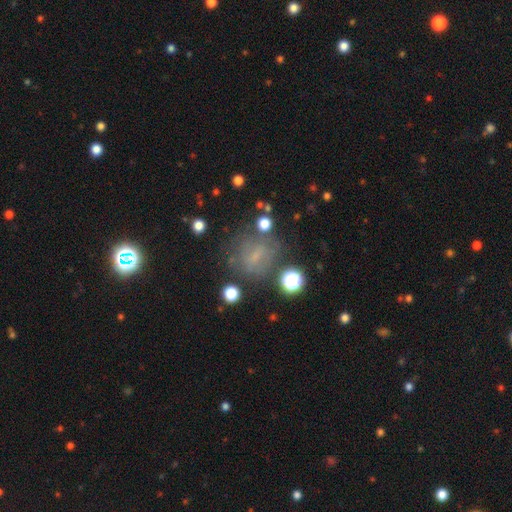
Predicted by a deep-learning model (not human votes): Smooth or featured? Predicted: smooth (p=0.44). Merging? Predicted: none (p=0.62).